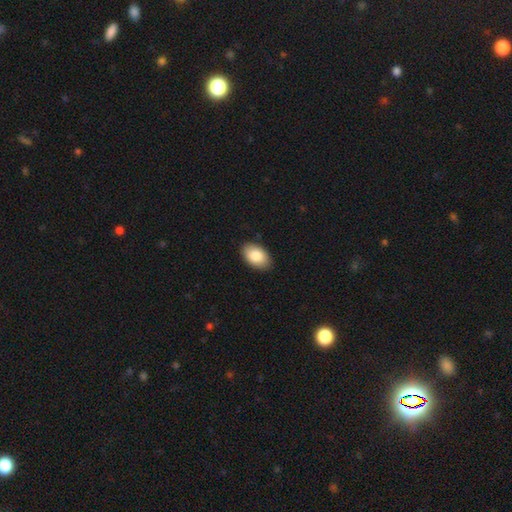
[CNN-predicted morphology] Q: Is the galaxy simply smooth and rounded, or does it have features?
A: smooth — 86%.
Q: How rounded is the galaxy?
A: in between — 92%.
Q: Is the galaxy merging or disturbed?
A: none — 88%.